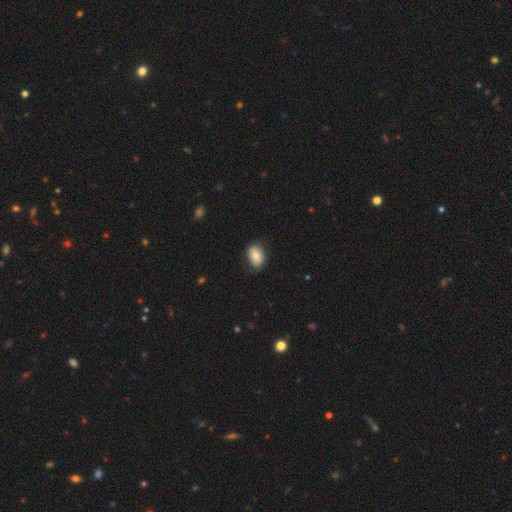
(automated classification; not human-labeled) Smooth or featured: smooth — 76% (featured or disk — 17%)
How rounded: in between — 77% (round — 22%)
Merging: none — 77% (minor disturbance — 18%)